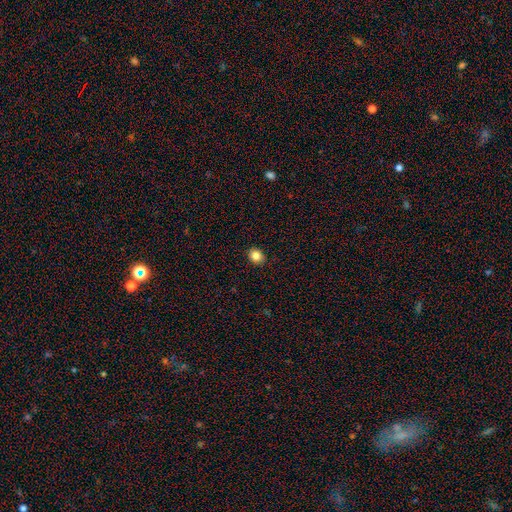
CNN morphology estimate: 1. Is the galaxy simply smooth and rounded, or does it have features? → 84% smooth, 11% star or artifact, 6% featured or disk.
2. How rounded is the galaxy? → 65% round, 34% in between, 1% cigar-shaped.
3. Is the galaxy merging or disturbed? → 91% none, 7% minor disturbance, 2% major disturbance, 1% merger.